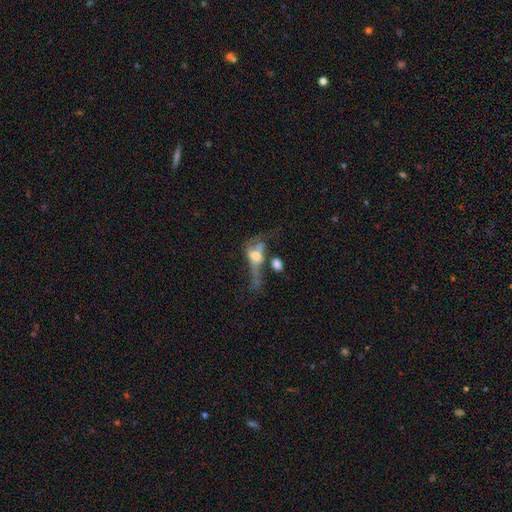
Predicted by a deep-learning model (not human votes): A featured or disk galaxy (47%). Merging: merger (38%).